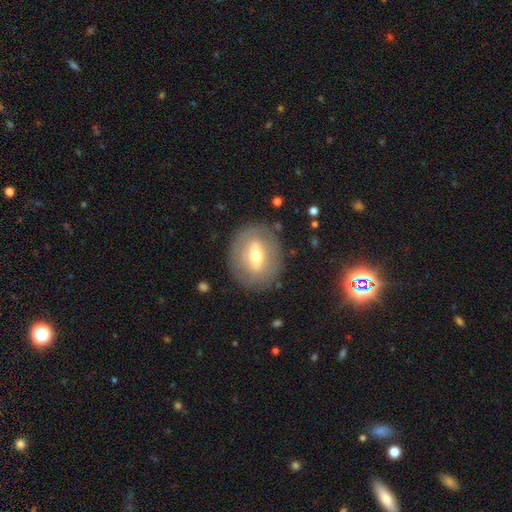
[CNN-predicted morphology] A featured or disk galaxy (60%) with a weak bar (42%), no spiral arms (69%) and a moderate central bulge (64%).

Vote fractions:
- Smooth or featured? featured or disk: 60% / smooth: 34% / star or artifact: 7%
- Edge-on disk? no: 88% / yes: 12%
- Bar? weak: 42% / strong: 40% / no: 19%
- Spiral arms? no: 69% / yes: 31%
- Bulge size? moderate: 64% / small: 28% / large: 6% / dominant: 1% / none: 1%
- Merging? none: 81% / minor disturbance: 12% / major disturbance: 5% / merger: 1%